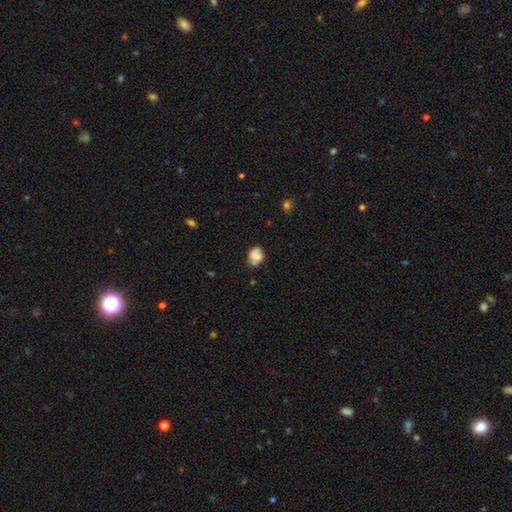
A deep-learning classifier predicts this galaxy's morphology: Smooth or featured: smooth — 78% (featured or disk — 13%)
How rounded: in between — 61% (round — 38%)
Merging: none — 55% (minor disturbance — 29%)